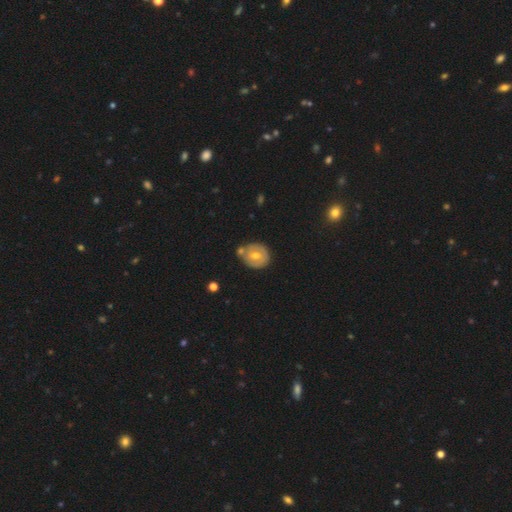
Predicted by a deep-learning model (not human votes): Smooth or featured: featured or disk — 46% (tied with smooth — 46%)
Merging: none — 58% (merger — 20%)